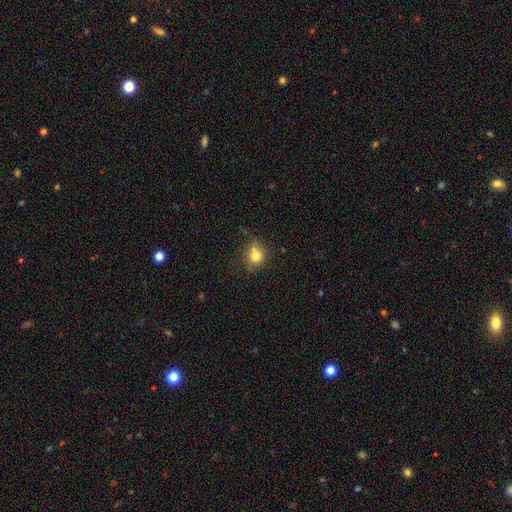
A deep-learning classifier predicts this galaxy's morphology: Smooth or featured? smooth (75%)
How rounded? round (78%)
Merging? none (57%)